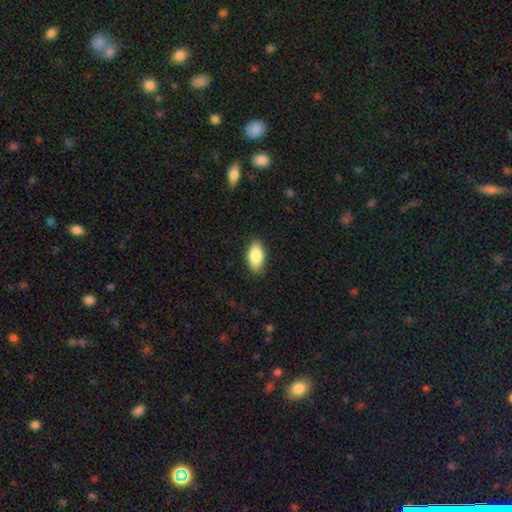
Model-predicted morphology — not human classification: Smooth or featured?
  - smooth: 85% *
  - featured or disk: 8%
  - star or artifact: 6%
How rounded?
  - in between: 91% *
  - cigar-shaped: 5%
  - round: 3%
Merging?
  - none: 87% *
  - minor disturbance: 10%
  - major disturbance: 2%
  - merger: 1%